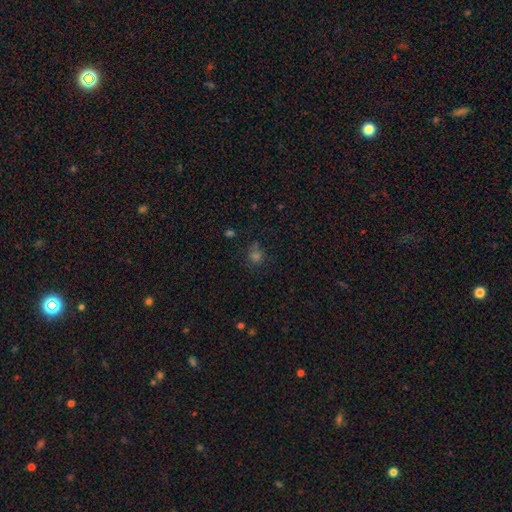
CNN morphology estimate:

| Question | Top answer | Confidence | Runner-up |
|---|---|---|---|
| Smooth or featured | smooth | 57% | star or artifact (34%) |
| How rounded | round | 77% | in between (21%) |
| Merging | none | 67% | minor disturbance (20%) |